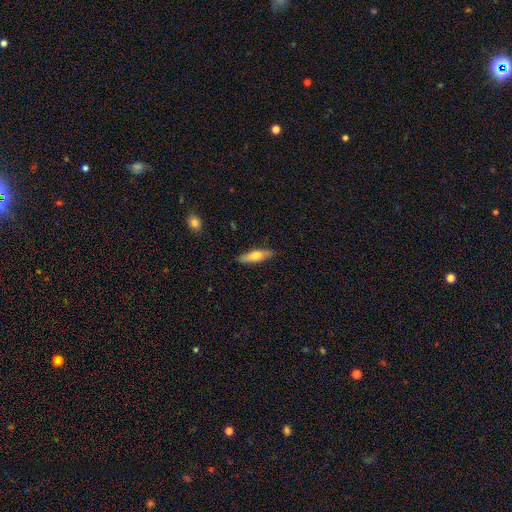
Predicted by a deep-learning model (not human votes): Smooth or featured? Predicted: smooth (p=0.60). How rounded? Predicted: cigar-shaped (p=0.60). Merging? Predicted: none (p=0.87).